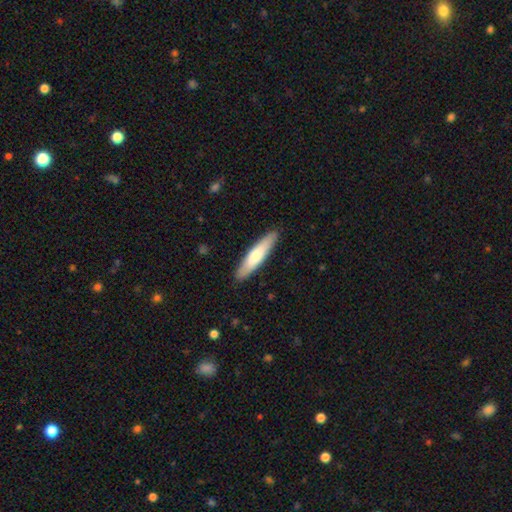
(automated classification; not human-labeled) A smooth galaxy with no disk features (69%) that is cigar-shaped (81%). Merging: none (90%).